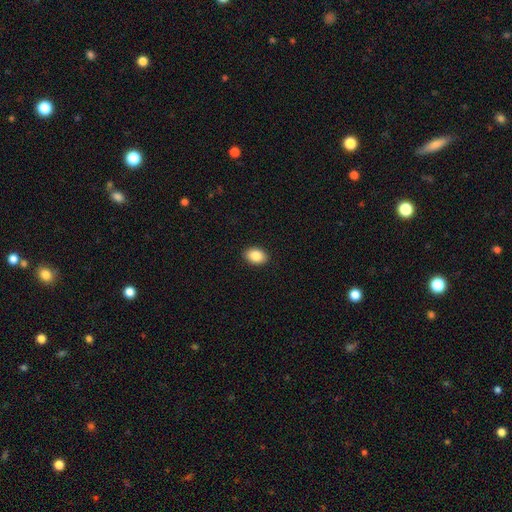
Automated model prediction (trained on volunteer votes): Overall: smooth (87%). How rounded: in between (83%). Merging: none (91%).